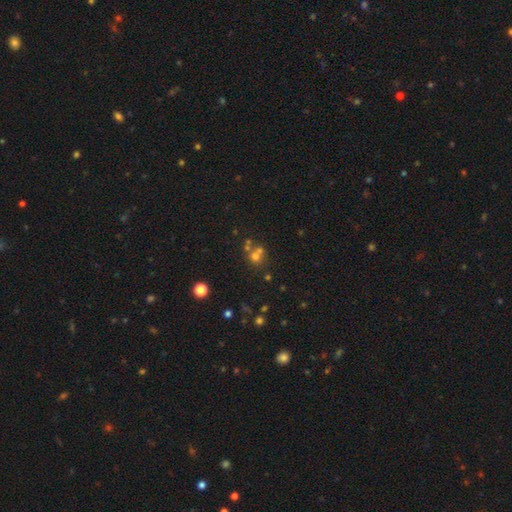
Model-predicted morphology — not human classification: The model was most divided on "merging": none: 48%, merger: 40%, minor disturbance: 8%, major disturbance: 4%. More confident: how rounded — round (84%); smooth or featured — smooth (59%).